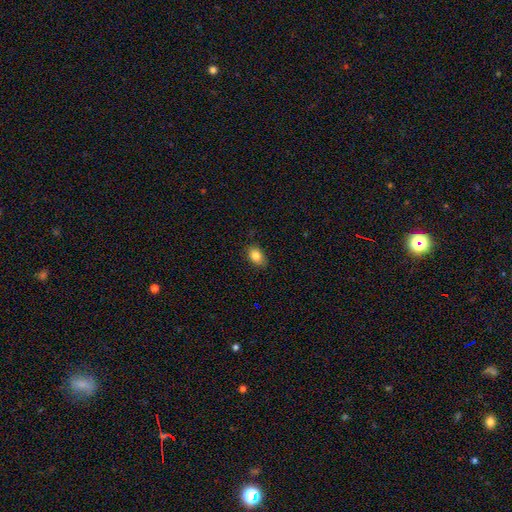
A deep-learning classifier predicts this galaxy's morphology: smooth 83%, star or artifact 9%, featured or disk 8%. Down the decision tree: how rounded — in between (81%); merging — none (81%).